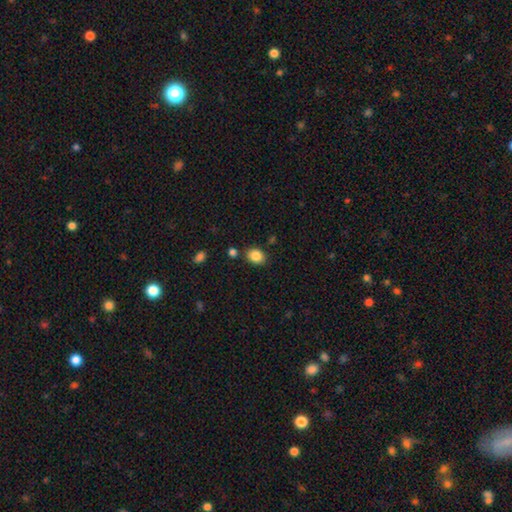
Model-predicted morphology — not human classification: Smooth or featured?
  - smooth: 86% *
  - star or artifact: 9%
  - featured or disk: 5%
How rounded?
  - in between: 59% *
  - round: 40%
  - cigar-shaped: 1%
Merging?
  - none: 82% *
  - minor disturbance: 10%
  - merger: 5%
  - major disturbance: 3%